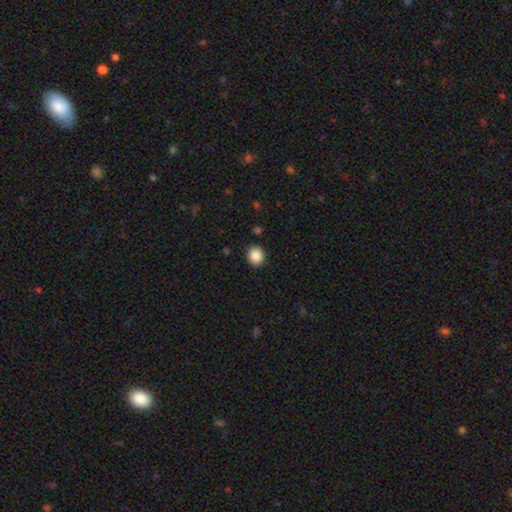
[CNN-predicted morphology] type=smooth (87%); roundness=round (84%); merging=none (90%).